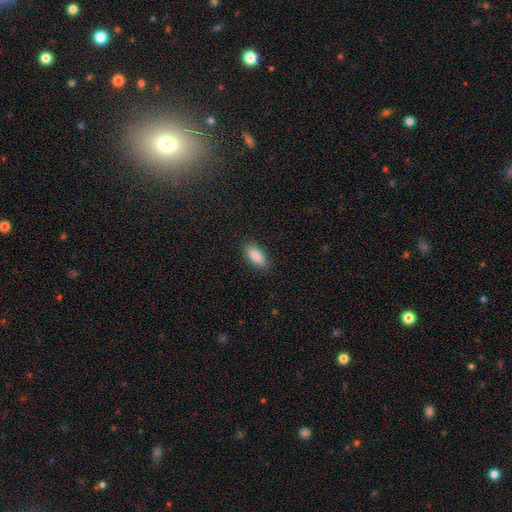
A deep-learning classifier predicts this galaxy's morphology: Smooth or featured: smooth — 85% (featured or disk — 8%)
How rounded: in between — 85% (cigar-shaped — 12%)
Merging: none — 88% (minor disturbance — 9%)